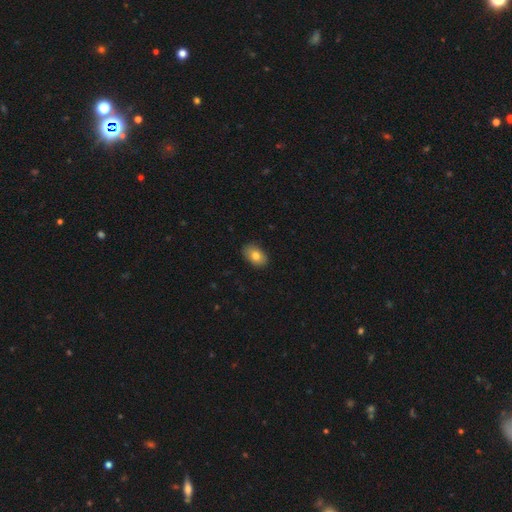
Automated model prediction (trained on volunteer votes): Smooth or featured: smooth — 80% (featured or disk — 12%)
How rounded: in between — 87% (round — 12%)
Merging: none — 87% (minor disturbance — 10%)